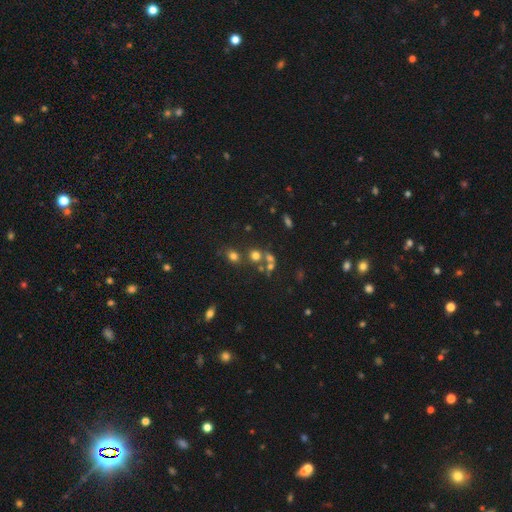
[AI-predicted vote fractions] Smooth or featured?
  - smooth: 63% *
  - star or artifact: 23%
  - featured or disk: 13%
How rounded?
  - round: 79% *
  - in between: 20%
  - cigar-shaped: 1%
Merging?
  - none: 56% *
  - merger: 30%
  - minor disturbance: 9%
  - major disturbance: 5%